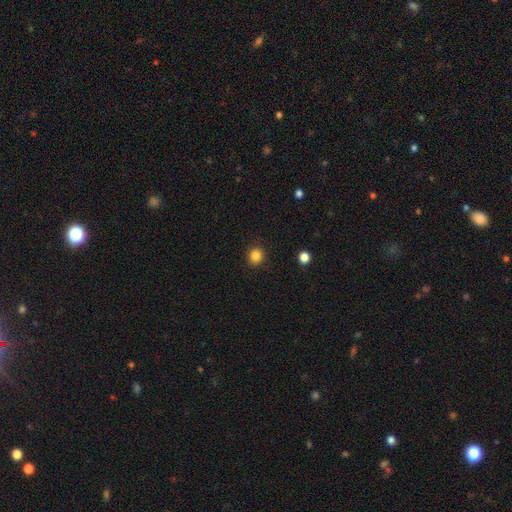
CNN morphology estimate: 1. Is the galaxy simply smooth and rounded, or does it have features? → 85% smooth, 11% star or artifact, 4% featured or disk.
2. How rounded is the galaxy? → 89% round, 10% in between, 1% cigar-shaped.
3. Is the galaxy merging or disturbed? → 91% none, 6% minor disturbance, 2% major disturbance, 1% merger.